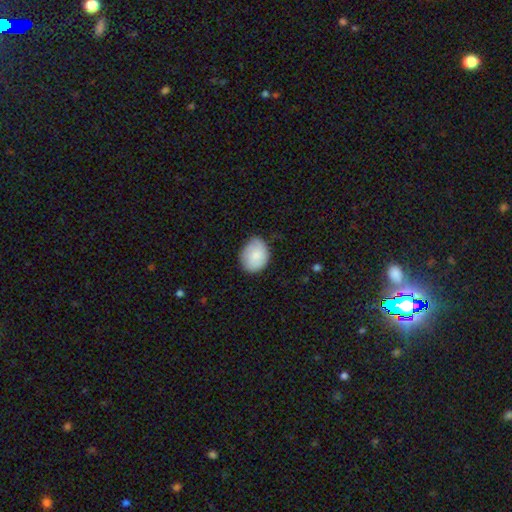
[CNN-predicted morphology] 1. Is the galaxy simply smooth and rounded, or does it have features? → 82% smooth, 12% featured or disk, 6% star or artifact.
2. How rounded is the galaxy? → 54% in between, 45% round, 1% cigar-shaped.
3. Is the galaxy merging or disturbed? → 67% none, 27% minor disturbance, 5% major disturbance, 1% merger.